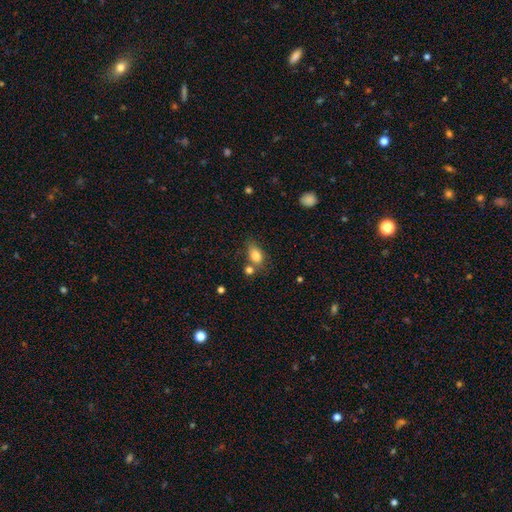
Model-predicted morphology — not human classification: This is clearly a smooth galaxy (83%). How rounded: clearly in between (82%). Merging: possibly none (57%).